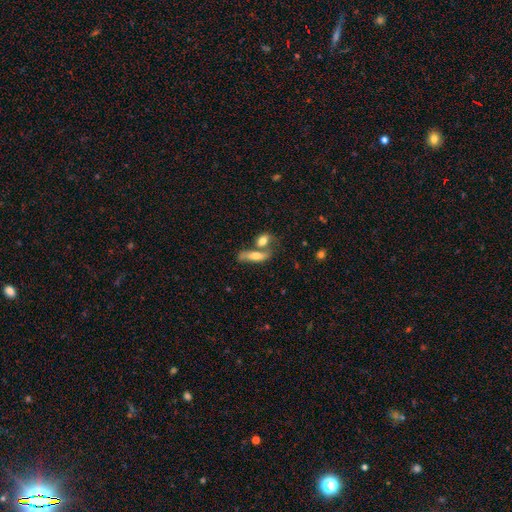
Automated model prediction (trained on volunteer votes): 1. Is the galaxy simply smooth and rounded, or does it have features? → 64% smooth, 28% featured or disk, 8% star or artifact.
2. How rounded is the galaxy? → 53% in between, 40% cigar-shaped, 7% round.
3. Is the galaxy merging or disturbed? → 47% merger, 35% none, 11% minor disturbance, 7% major disturbance.